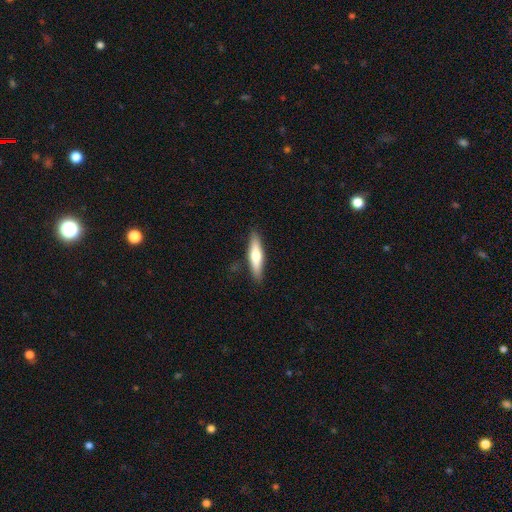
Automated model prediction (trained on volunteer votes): The model was most divided on "smooth or featured": smooth: 59%, featured or disk: 36%, star or artifact: 5%. More confident: merging — none (88%); how rounded — cigar-shaped (76%).